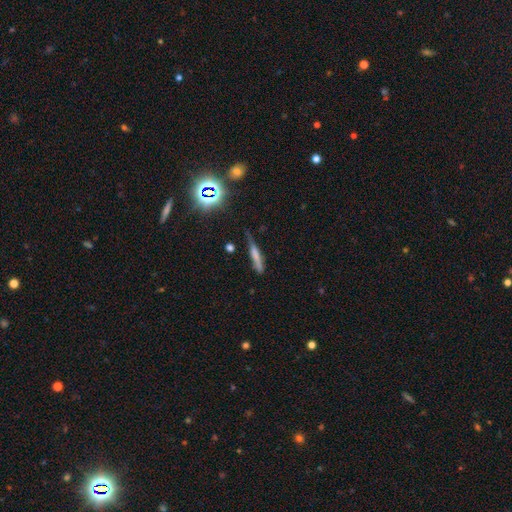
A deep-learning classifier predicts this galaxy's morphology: smooth-or-featured: smooth: 61% | featured or disk: 27% | star or artifact: 12%
  how-rounded: cigar-shaped: 88% | in between: 9% | round: 3%
  merging: none: 53% | minor disturbance: 31% | major disturbance: 11% | merger: 4%